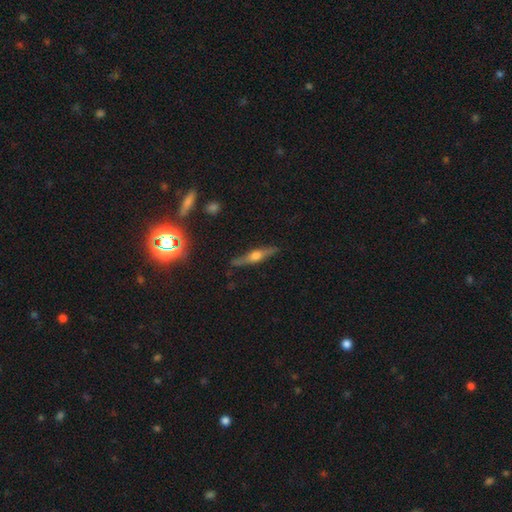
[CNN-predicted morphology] Smooth or featured? Predicted: featured or disk (p=0.66). Edge-on disk? Predicted: yes (p=0.95). Edge-on bulge? Predicted: rounded (p=0.92). Merging? Predicted: none (p=0.86).